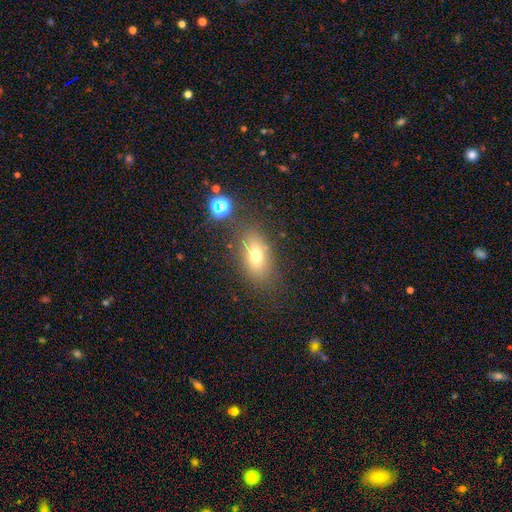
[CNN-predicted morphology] Smooth or featured? smooth (68%)
How rounded? in between (82%)
Merging? none (77%)